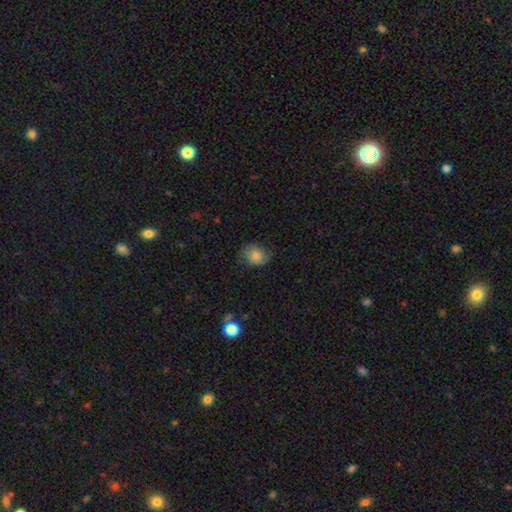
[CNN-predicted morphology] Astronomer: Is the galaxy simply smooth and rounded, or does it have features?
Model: smooth — 76%.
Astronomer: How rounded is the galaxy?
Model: round — 59% (runner-up: in between, 40%).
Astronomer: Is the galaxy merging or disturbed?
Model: none — 67%.